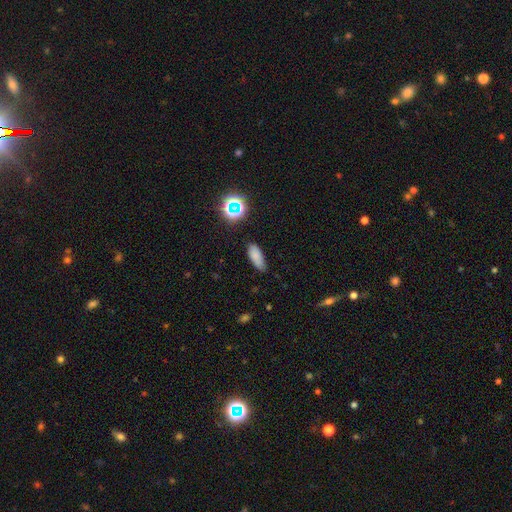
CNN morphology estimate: smooth-or-featured: smooth: 78% | star or artifact: 14% | featured or disk: 8%
  how-rounded: in between: 73% | cigar-shaped: 24% | round: 4%
  merging: none: 74% | minor disturbance: 20% | major disturbance: 4% | merger: 2%